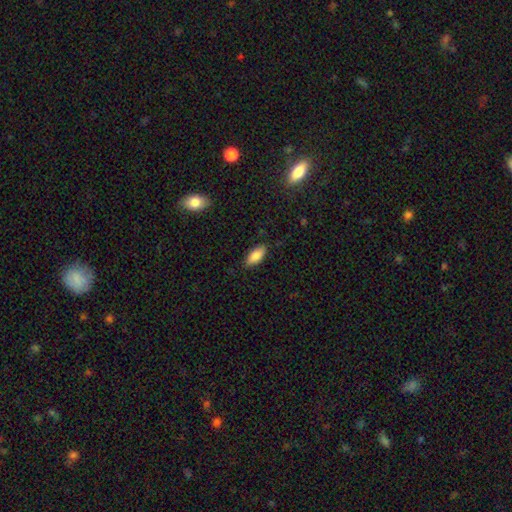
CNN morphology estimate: A smooth galaxy with no disk features (85%) that is in between round and cigar-shaped (86%).

Vote fractions:
- Smooth or featured? smooth: 85% / featured or disk: 9% / star or artifact: 7%
- How rounded? in between: 86% / cigar-shaped: 12% / round: 2%
- Merging? none: 84% / minor disturbance: 12% / major disturbance: 2% / merger: 1%